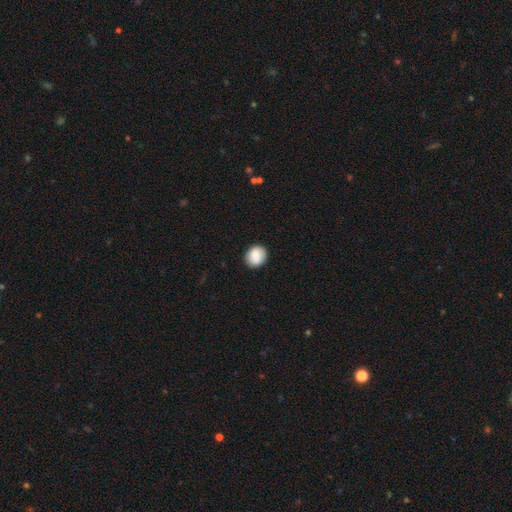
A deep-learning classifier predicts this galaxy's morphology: Smooth or featured: smooth — 82% (featured or disk — 11%)
How rounded: round — 76% (in between — 23%)
Merging: none — 87% (minor disturbance — 10%)